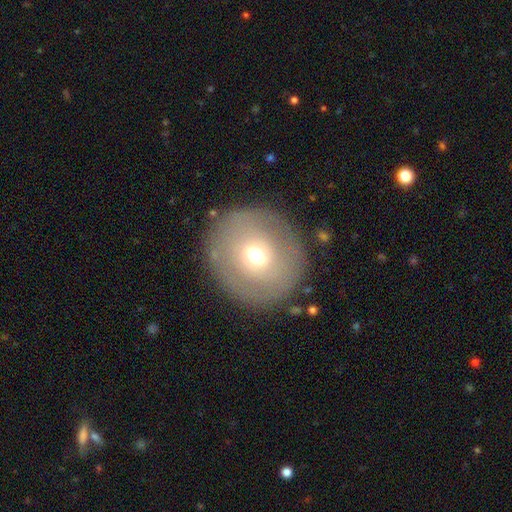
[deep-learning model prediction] smooth_or_featured: smooth (p=0.54) [alt: featured or disk p=0.37]
how_rounded: round (p=0.86) [alt: in between p=0.13]
merging: none (p=0.84) [alt: minor disturbance p=0.10]